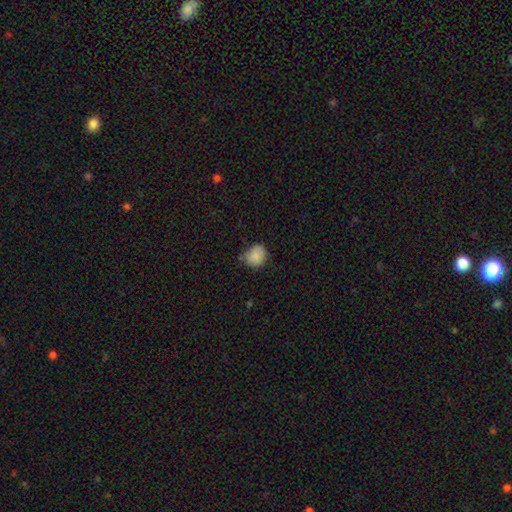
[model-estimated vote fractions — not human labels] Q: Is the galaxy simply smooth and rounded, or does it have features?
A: smooth — 86%.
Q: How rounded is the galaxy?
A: round — 73%.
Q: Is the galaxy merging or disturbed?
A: none — 63%.